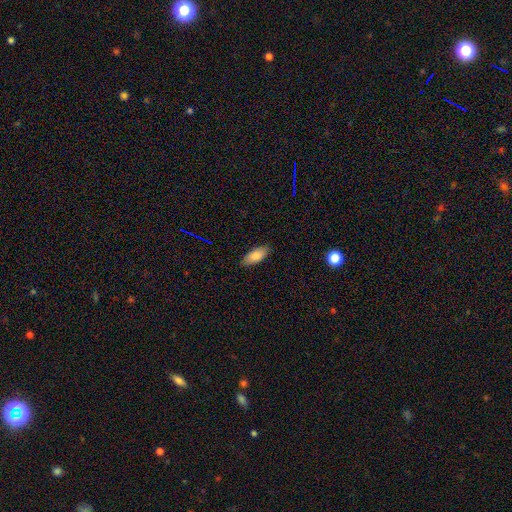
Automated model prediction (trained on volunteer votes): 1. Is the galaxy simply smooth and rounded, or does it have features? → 84% smooth, 9% featured or disk, 7% star or artifact.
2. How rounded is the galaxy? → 83% in between, 15% cigar-shaped, 2% round.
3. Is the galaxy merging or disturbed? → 86% none, 11% minor disturbance, 2% major disturbance, 1% merger.